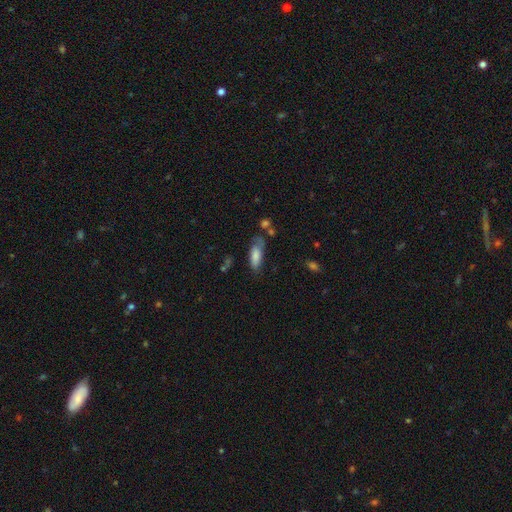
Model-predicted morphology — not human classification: Smooth or featured? Predicted: smooth (p=0.76). How rounded? Predicted: in between (p=0.71). Merging? Predicted: none (p=0.52).